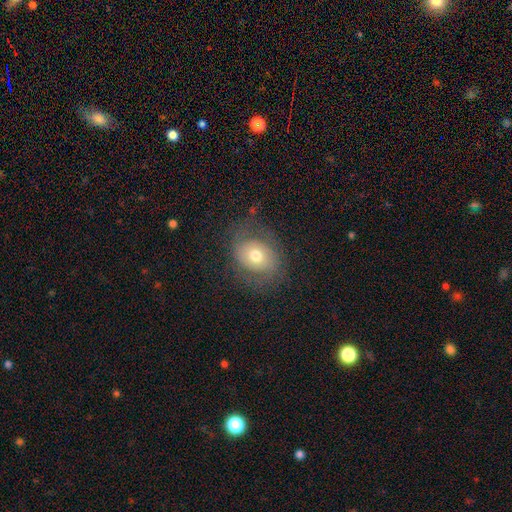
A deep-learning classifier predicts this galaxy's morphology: Smooth or featured: smooth — 48% (featured or disk — 42%)
Merging: none — 64% (minor disturbance — 21%)